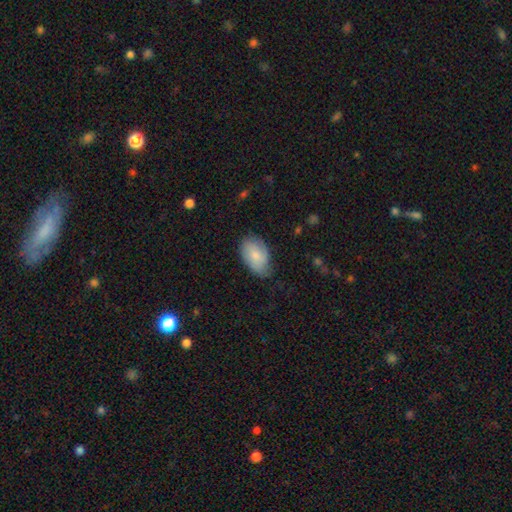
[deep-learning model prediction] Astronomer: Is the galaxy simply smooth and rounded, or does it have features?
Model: smooth — 69%.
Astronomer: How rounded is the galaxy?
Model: in between — 89%.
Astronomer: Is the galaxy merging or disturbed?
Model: none — 60%.